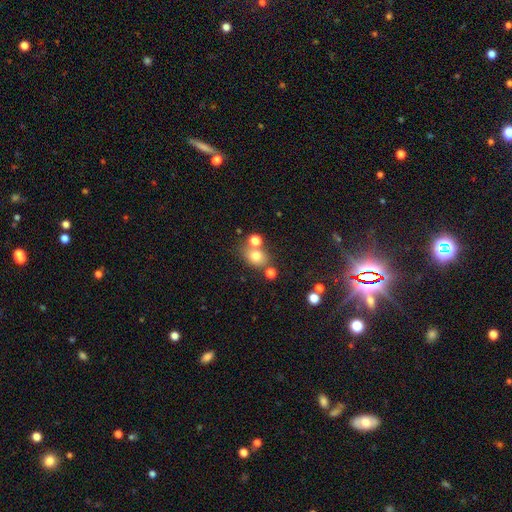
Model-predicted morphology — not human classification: A smooth galaxy with no disk features (75%) that is round (55%).

Vote fractions:
- Smooth or featured? smooth: 75% / star or artifact: 14% / featured or disk: 11%
- How rounded? round: 55% / in between: 43% / cigar-shaped: 1%
- Merging? none: 60% / merger: 23% / minor disturbance: 12% / major disturbance: 5%